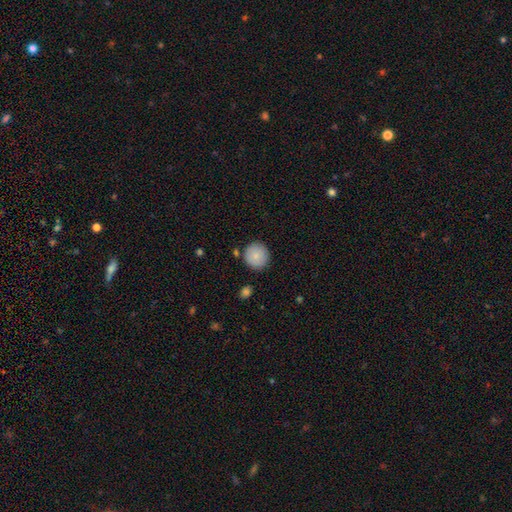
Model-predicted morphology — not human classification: Smooth or featured? Predicted: smooth (p=0.84). How rounded? Predicted: round (p=0.92). Merging? Predicted: none (p=0.85).